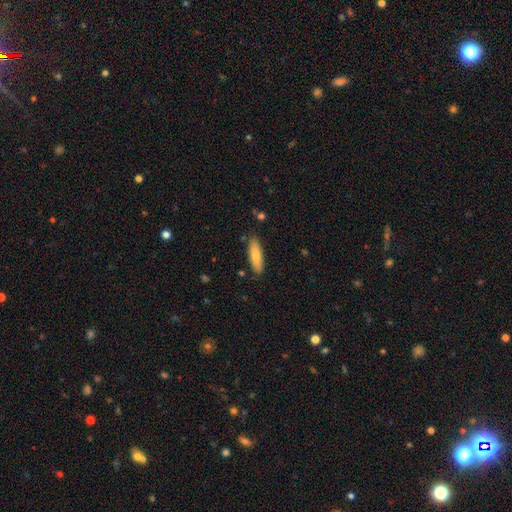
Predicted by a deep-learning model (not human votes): Q: Smooth or featured?
A: smooth (75%); runner-up: featured or disk (19%)
Q: How rounded?
A: cigar-shaped (50%); runner-up: in between (48%)
Q: Merging?
A: none (86%); runner-up: minor disturbance (11%)